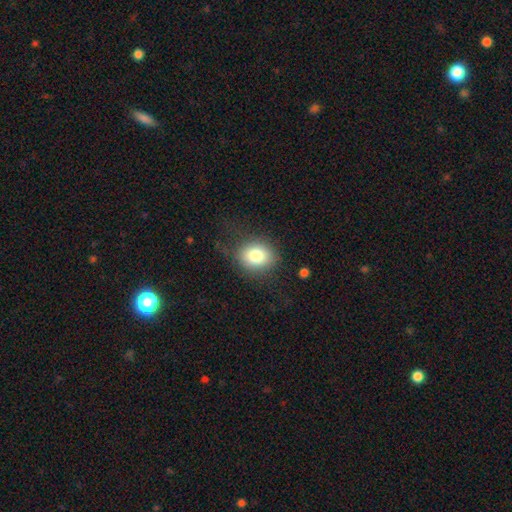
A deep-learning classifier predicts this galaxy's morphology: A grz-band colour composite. It shows a smooth galaxy with no disk features (80%) that is round (65%). Merging: none (76%).